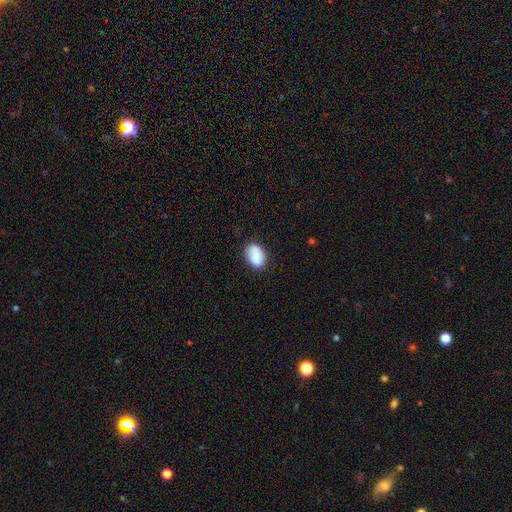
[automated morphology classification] This is clearly a smooth galaxy (86%). How rounded: clearly in between (82%). Merging: likely none (80%).